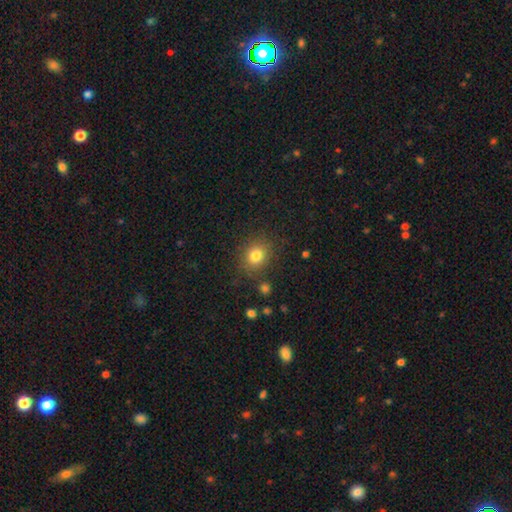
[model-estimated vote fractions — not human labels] Smooth or featured? smooth (81%)
How rounded? round (67%)
Merging? none (83%)